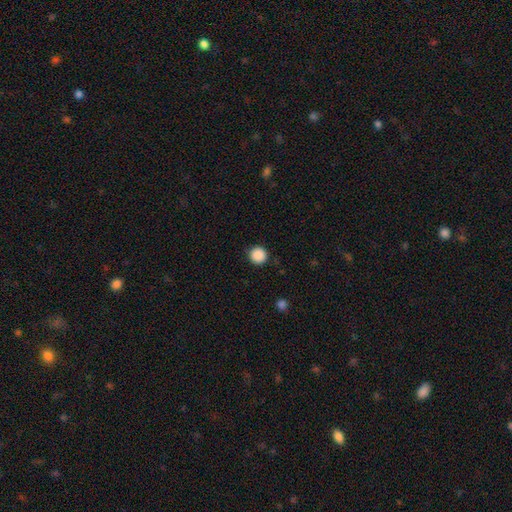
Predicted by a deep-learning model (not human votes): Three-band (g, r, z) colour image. It shows a smooth galaxy with no disk features (88%) that is round (96%). Merging: none (91%).